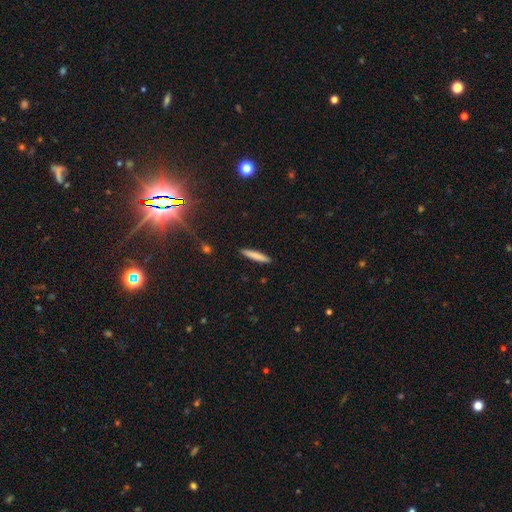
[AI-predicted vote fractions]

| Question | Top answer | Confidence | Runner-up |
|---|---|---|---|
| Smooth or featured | smooth | 81% | featured or disk (13%) |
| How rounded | cigar-shaped | 93% | in between (6%) |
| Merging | none | 91% | minor disturbance (6%) |